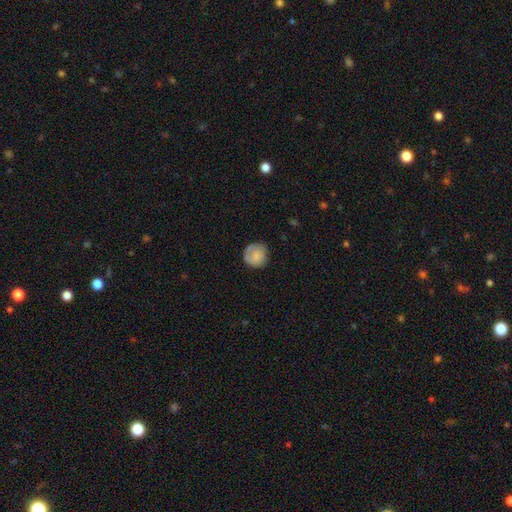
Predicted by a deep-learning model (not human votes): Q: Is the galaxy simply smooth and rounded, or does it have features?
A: smooth — 80%.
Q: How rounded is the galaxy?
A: round — 91%.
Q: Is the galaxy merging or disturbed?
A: none — 74%.